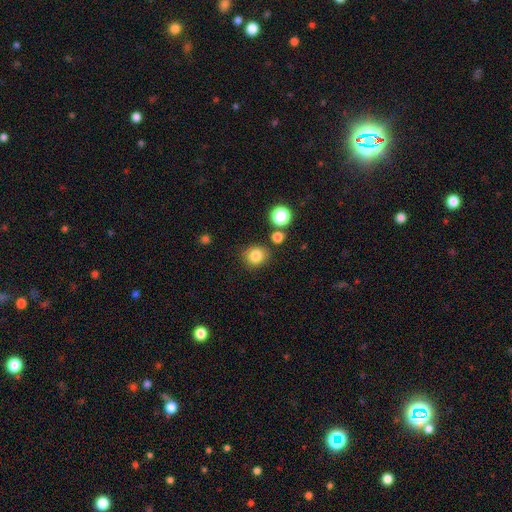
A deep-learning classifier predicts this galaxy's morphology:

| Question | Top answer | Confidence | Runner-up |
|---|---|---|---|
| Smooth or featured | smooth | 83% | star or artifact (12%) |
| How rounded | round | 82% | in between (17%) |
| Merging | none | 81% | minor disturbance (10%) |